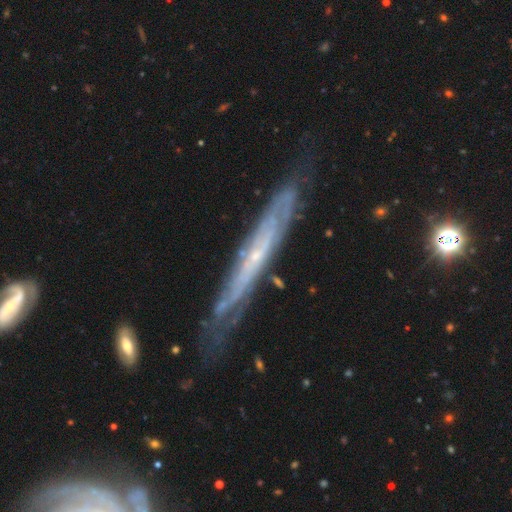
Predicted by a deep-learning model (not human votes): Overall: featured or disk (79%). Edge-on disk: yes (63%; no 37%). Merging: none (71%).